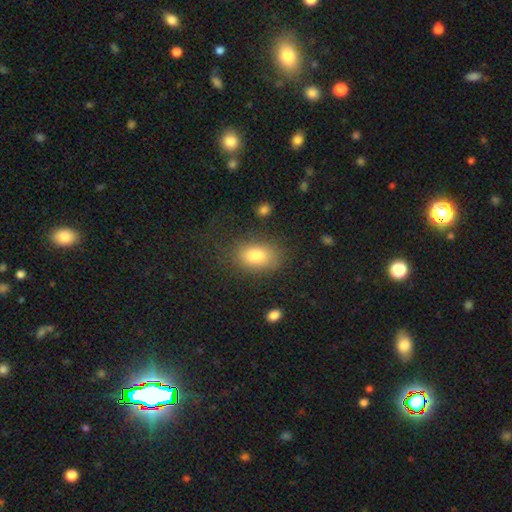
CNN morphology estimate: Smooth or featured? smooth (81%)
How rounded? in between (83%)
Merging? none (76%)